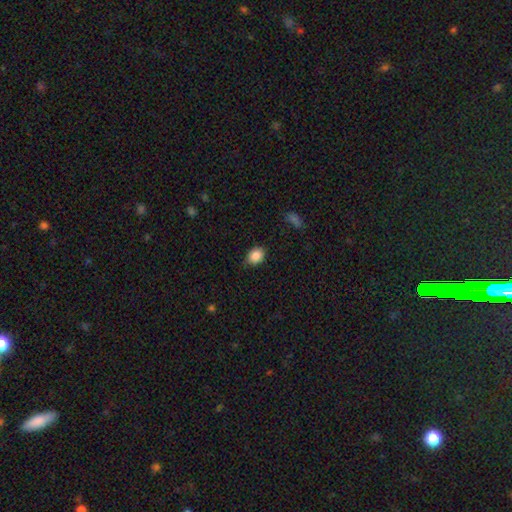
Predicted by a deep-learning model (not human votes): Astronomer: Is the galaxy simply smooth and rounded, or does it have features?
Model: smooth — 87%.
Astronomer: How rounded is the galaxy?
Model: in between — 53% (runner-up: round, 46%).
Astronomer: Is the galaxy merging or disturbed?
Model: none — 79%.